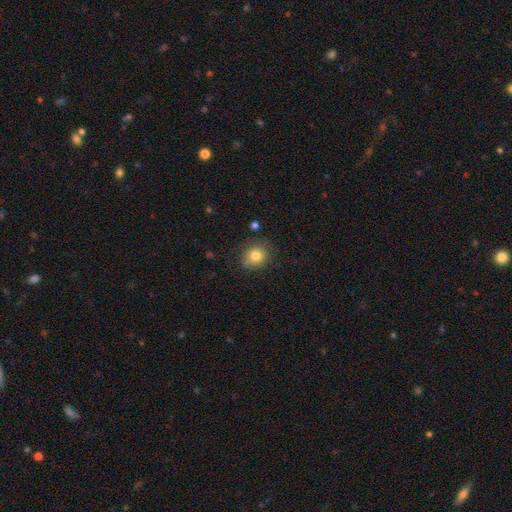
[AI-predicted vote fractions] Smooth or featured: smooth — 79% (featured or disk — 11%)
How rounded: round — 72% (in between — 27%)
Merging: none — 75% (minor disturbance — 18%)